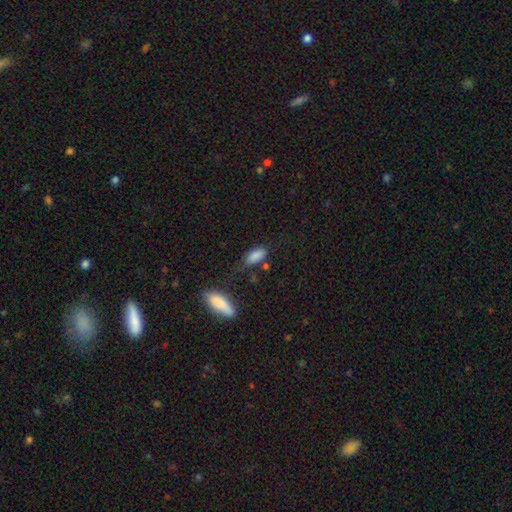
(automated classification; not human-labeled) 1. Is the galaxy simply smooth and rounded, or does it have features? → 85% smooth, 8% star or artifact, 7% featured or disk.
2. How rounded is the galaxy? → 85% in between, 12% cigar-shaped, 3% round.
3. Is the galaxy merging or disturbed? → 55% none, 26% minor disturbance, 11% merger, 9% major disturbance.